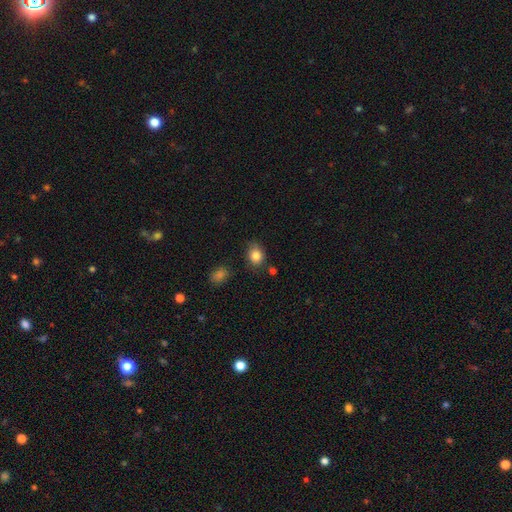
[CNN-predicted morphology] A smooth galaxy with no disk features (84%) that is round (51%).

Vote fractions:
- Smooth or featured? smooth: 84% / star or artifact: 9% / featured or disk: 6%
- How rounded? round: 51% / in between: 48% / cigar-shaped: 1%
- Merging? none: 70% / minor disturbance: 22% / major disturbance: 5% / merger: 4%